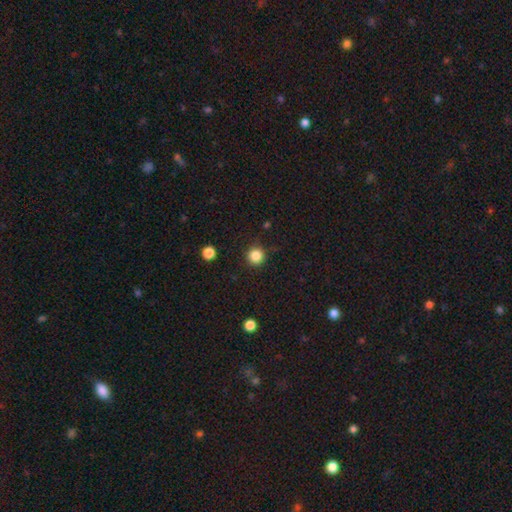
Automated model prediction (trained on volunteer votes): Smooth or featured? Predicted: smooth (p=0.85). How rounded? Predicted: round (p=0.95). Merging? Predicted: none (p=0.90).